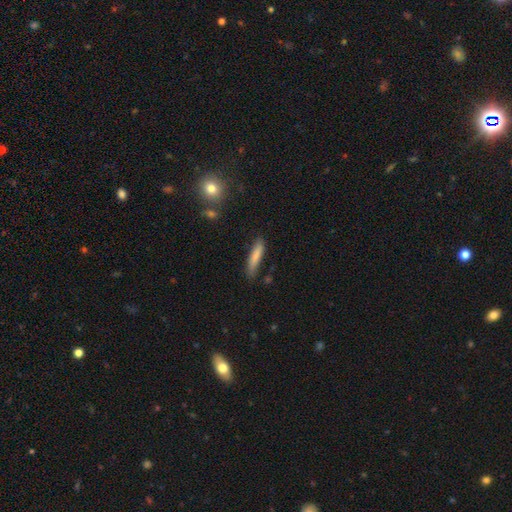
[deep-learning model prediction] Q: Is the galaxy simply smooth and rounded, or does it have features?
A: smooth — 81%.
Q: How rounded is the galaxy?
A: cigar-shaped — 85%.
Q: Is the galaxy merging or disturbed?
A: none — 78%.